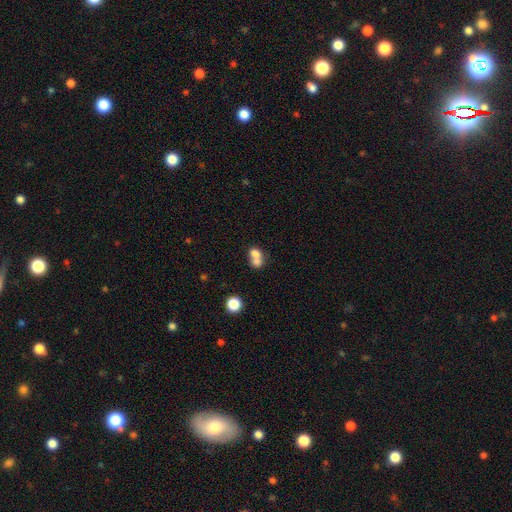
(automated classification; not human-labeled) Smooth or featured: smooth — 70% (featured or disk — 19%)
How rounded: round — 55% (in between — 44%)
Merging: merger — 67% (none — 23%)